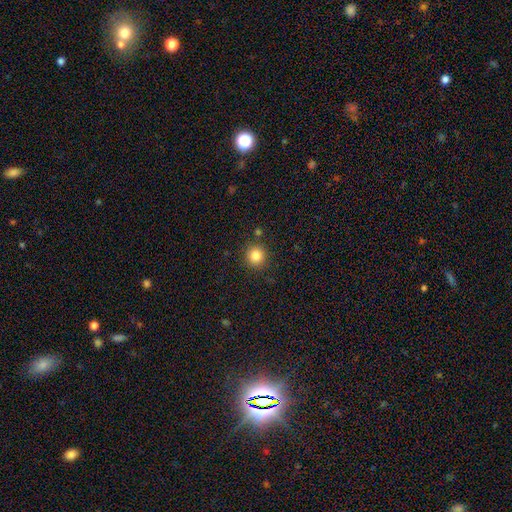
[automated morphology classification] A smooth galaxy with no disk features (85%) that is round (92%).

Vote fractions:
- Smooth or featured? smooth: 85% / star or artifact: 11% / featured or disk: 5%
- How rounded? round: 92% / in between: 7% / cigar-shaped: 1%
- Merging? none: 87% / minor disturbance: 7% / merger: 3% / major disturbance: 3%